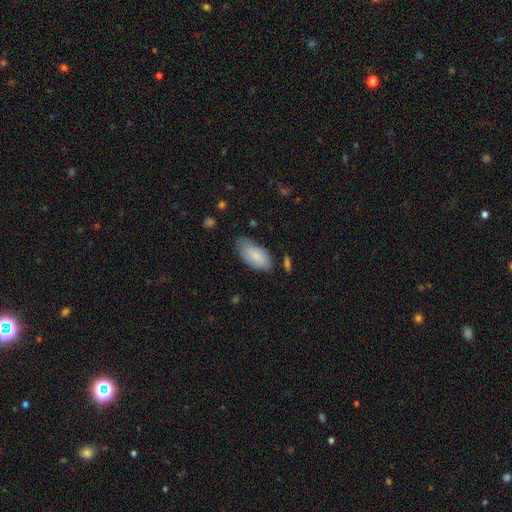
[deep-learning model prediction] smooth 81%, featured or disk 13%, star or artifact 6%. Down the decision tree: how rounded — in between (93%); merging — none (66%).